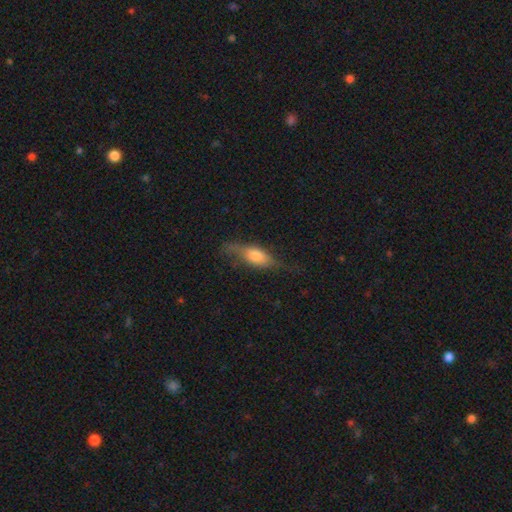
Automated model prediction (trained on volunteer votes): smooth_or_featured: smooth (p=0.58) [alt: featured or disk p=0.35]
how_rounded: in between (p=0.63) [alt: cigar-shaped p=0.32]
merging: none (p=0.51) [alt: minor disturbance p=0.30]